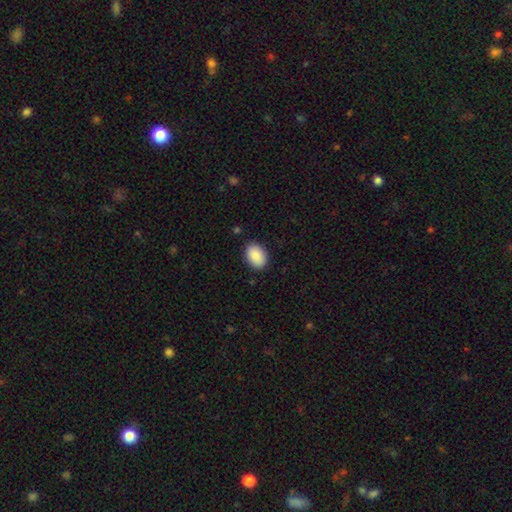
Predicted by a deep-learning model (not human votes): This appears to be a smooth galaxy with no disk features (89%) that is in between round and cigar-shaped (87%). Merging: none (87%).